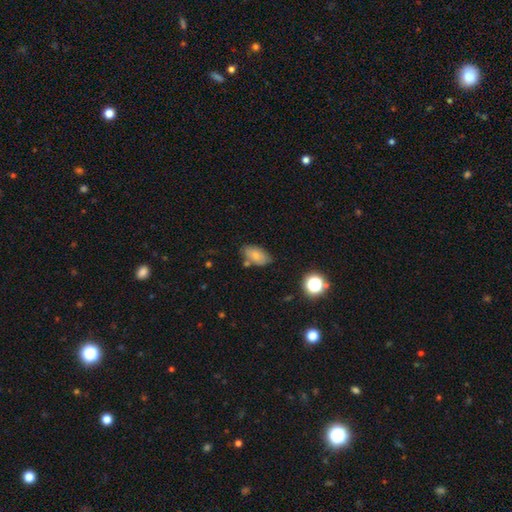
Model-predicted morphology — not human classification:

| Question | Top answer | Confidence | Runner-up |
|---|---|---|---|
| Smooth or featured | smooth | 78% | featured or disk (12%) |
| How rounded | in between | 91% | round (6%) |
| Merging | none | 69% | minor disturbance (18%) |